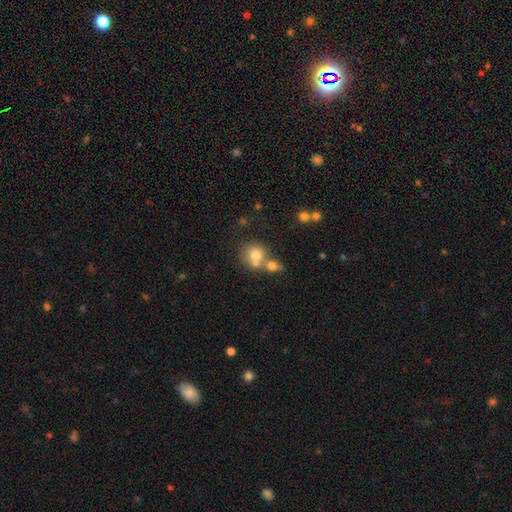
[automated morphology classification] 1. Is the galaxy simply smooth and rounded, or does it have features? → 71% smooth, 18% featured or disk, 11% star or artifact.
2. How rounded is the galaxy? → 81% round, 18% in between, 1% cigar-shaped.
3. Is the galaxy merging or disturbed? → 50% merger, 38% none, 8% minor disturbance, 4% major disturbance.